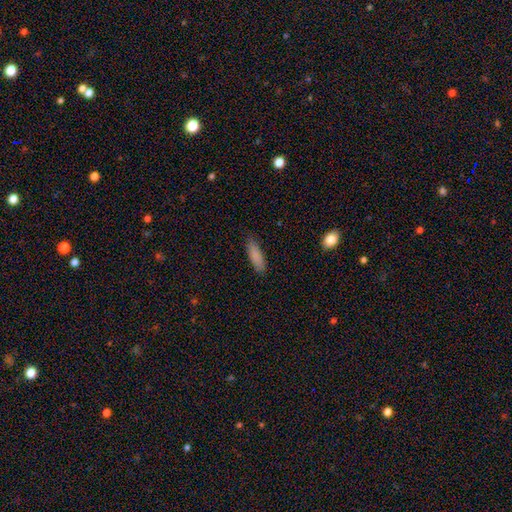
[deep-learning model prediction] A smooth galaxy with no disk features (86%) that is cigar-shaped (58%). Merging: none (83%).